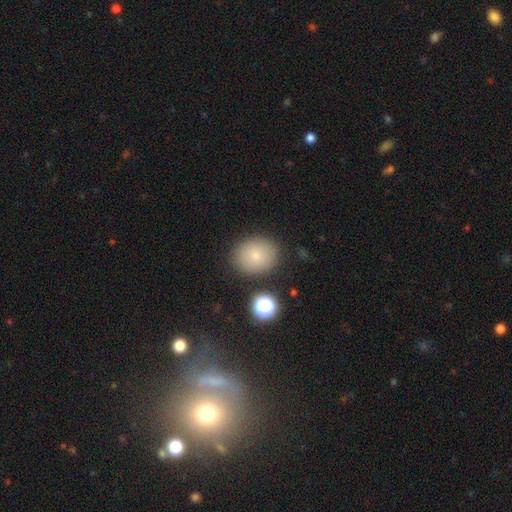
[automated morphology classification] smooth-or-featured: smooth: 80% | star or artifact: 11% | featured or disk: 9%
  how-rounded: round: 65% | in between: 34% | cigar-shaped: 1%
  merging: none: 84% | minor disturbance: 10% | merger: 3% | major disturbance: 3%